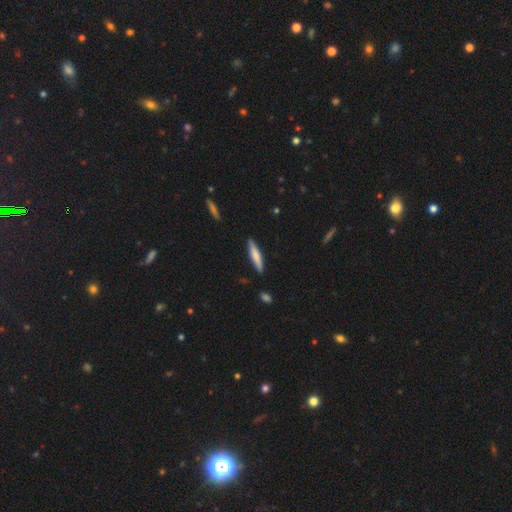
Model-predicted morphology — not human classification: smooth-or-featured: smooth: 71% | featured or disk: 24% | star or artifact: 5%
  how-rounded: cigar-shaped: 87% | in between: 12% | round: 1%
  merging: none: 88% | minor disturbance: 9% | major disturbance: 2% | merger: 2%